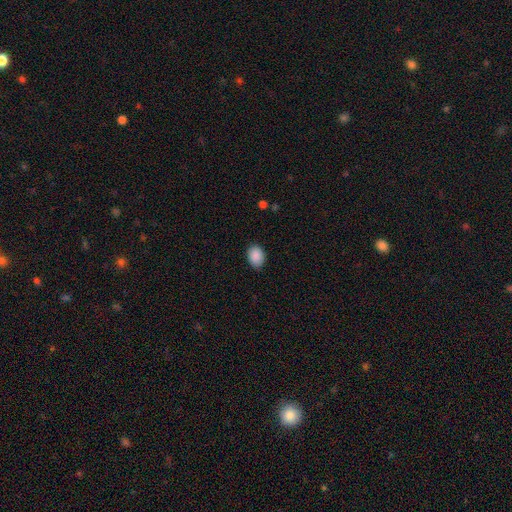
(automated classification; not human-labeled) Morphology: type=smooth (90%); roundness=in between (73%); merging=none (84%).